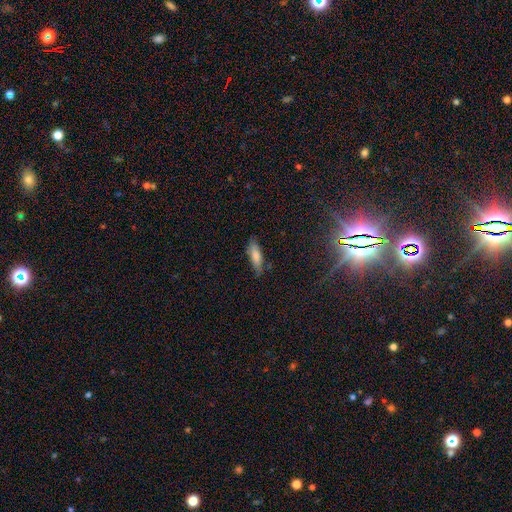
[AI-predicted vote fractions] This appears to be a smooth galaxy with no disk features (79%) that is cigar-shaped (49%, tied with in between). Merging: none (73%).